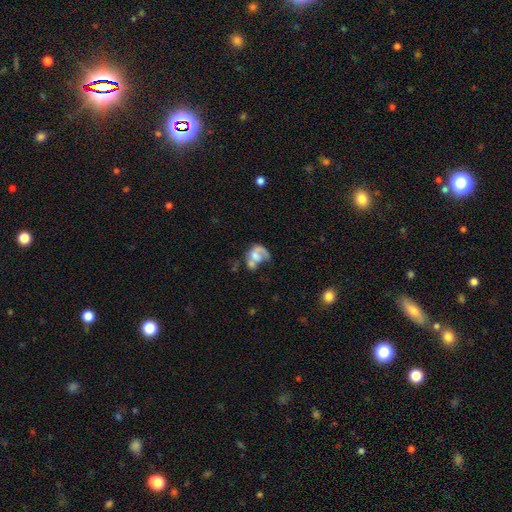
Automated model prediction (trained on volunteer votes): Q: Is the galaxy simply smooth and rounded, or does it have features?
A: featured or disk — 55%.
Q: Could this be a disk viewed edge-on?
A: no — 97%.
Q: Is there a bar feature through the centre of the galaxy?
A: no — 73%.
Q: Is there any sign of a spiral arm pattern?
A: yes — 59%.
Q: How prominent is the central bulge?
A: moderate — 35%.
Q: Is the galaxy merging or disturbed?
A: merger — 33%.